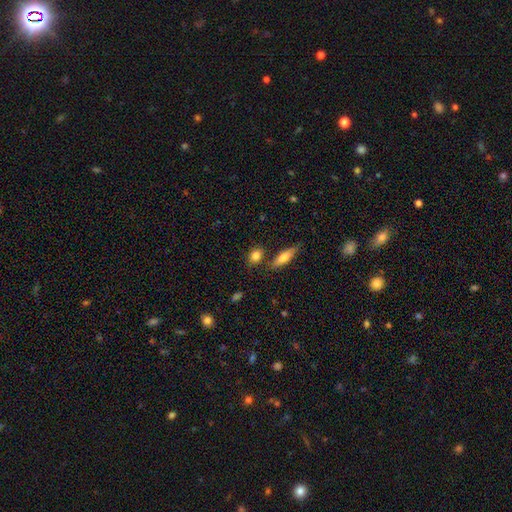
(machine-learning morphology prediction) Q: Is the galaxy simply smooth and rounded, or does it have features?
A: smooth — 82%.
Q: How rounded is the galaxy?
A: in between — 50%.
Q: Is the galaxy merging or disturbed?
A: none — 75%.